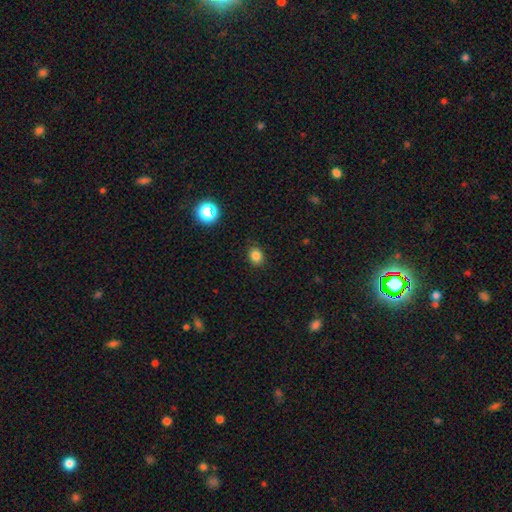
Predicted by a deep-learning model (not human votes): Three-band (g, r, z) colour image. It shows a smooth galaxy with no disk features (82%) that is round (64%). Merging: none (88%).